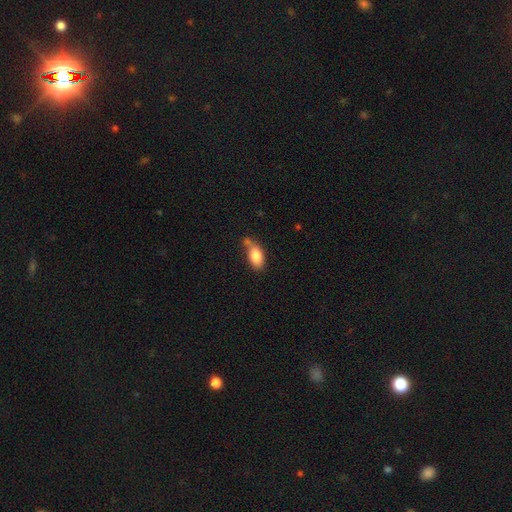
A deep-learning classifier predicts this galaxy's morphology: This is clearly a smooth galaxy (82%). How rounded: clearly in between (90%). Merging: possibly none (49%).